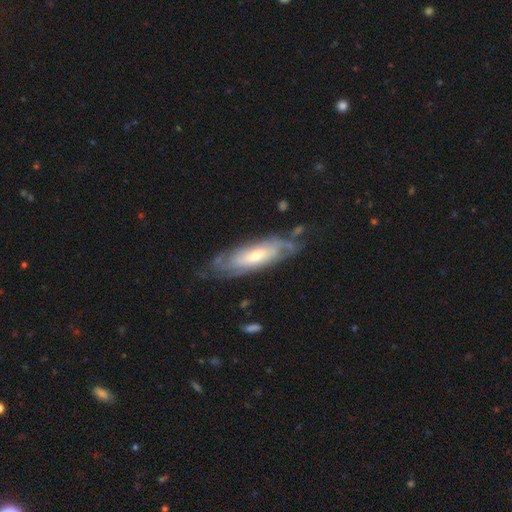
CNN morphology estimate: Smooth or featured: featured or disk — 72% (smooth — 22%)
Edge-on disk: no — 77% (yes — 23%)
Bar: no — 61% (weak — 30%)
Spiral arms: yes — 83% (no — 17%)
Bulge size: moderate — 52% (small — 40%)
Merging: none — 66% (minor disturbance — 22%)